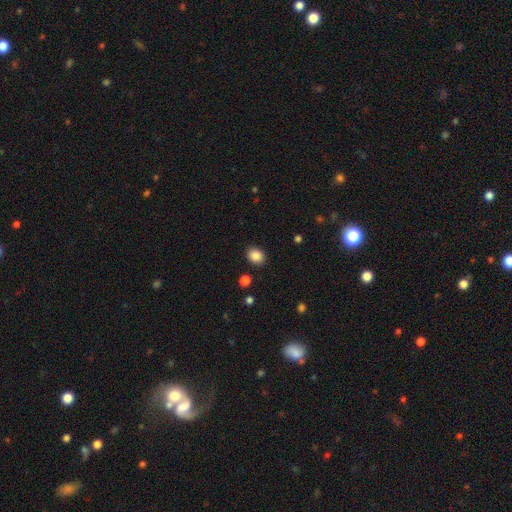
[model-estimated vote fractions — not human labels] Morphology: type=smooth (86%); roundness=round (53%); merging=none (88%).